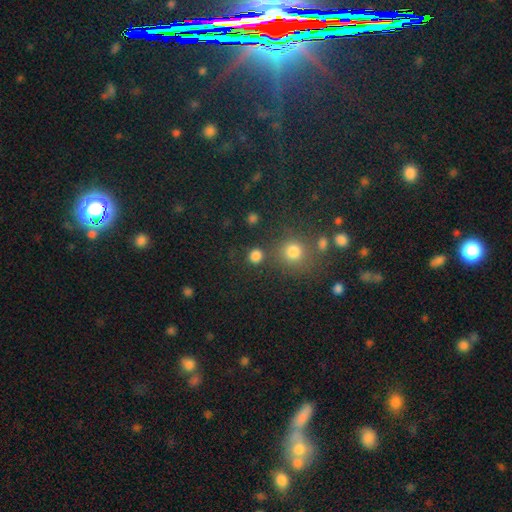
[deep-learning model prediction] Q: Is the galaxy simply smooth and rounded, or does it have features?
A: smooth — 80%.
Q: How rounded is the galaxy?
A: round — 89%.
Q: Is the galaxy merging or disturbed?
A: none — 80%.